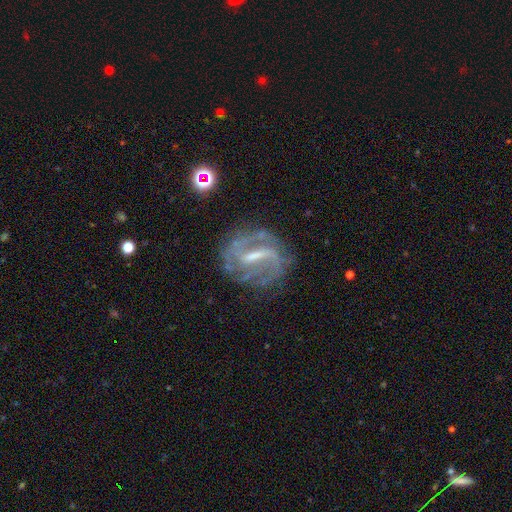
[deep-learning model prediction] Morphology: type=featured or disk (85%); edge-on=no (96%); bar=strong (57%); spiral arms=yes (91%); winding=medium (44%); arm count=2 (61%); bulge=small (43%); merging=none (70%).